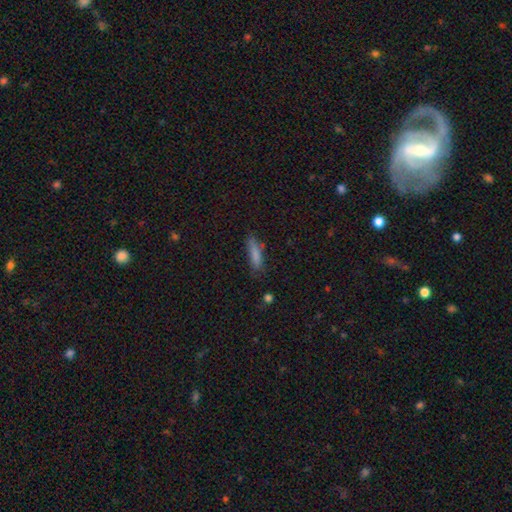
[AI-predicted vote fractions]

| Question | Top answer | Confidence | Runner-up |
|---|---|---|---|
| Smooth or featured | smooth | 79% | featured or disk (11%) |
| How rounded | cigar-shaped | 72% | in between (26%) |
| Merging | none | 71% | minor disturbance (21%) |